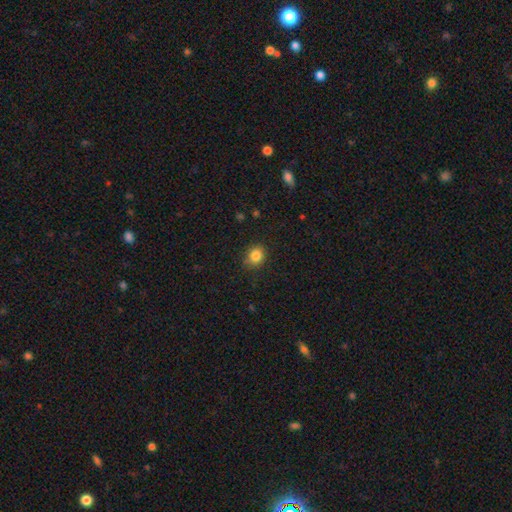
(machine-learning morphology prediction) This appears to be a smooth galaxy with no disk features (84%) that is round (67%). Merging: none (83%).